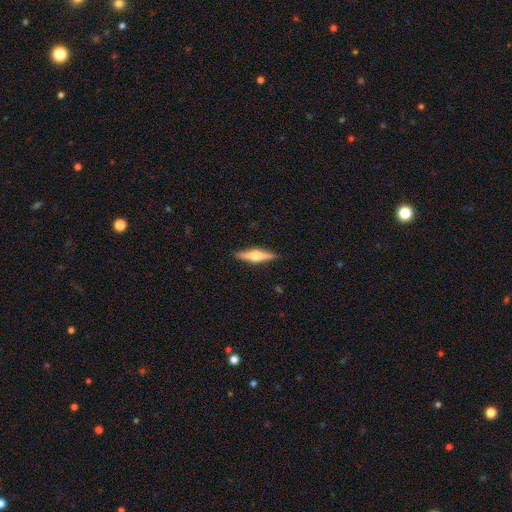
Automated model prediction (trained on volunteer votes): smooth_or_featured: featured or disk (p=0.69) [alt: smooth p=0.26]
disk_edge_on: yes (p=0.97) [alt: no p=0.03]
edge_on_bulge: rounded (p=0.94) [alt: boxy p=0.04]
merging: none (p=0.91) [alt: minor disturbance p=0.07]